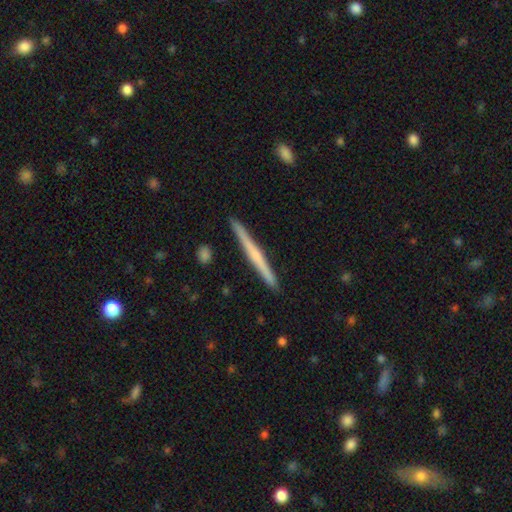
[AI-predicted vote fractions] This appears to be a featured or disk galaxy (60%) viewed edge-on (98%) with no central bulge (51%). Merging: none (92%).